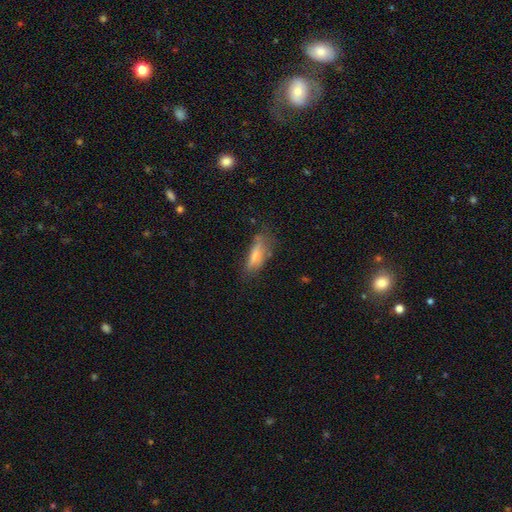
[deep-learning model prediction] A smooth galaxy with no disk features (65%) that is in between round and cigar-shaped (59%).

Vote fractions:
- Smooth or featured? smooth: 65% / featured or disk: 27% / star or artifact: 9%
- How rounded? in between: 59% / cigar-shaped: 38% / round: 3%
- Merging? none: 54% / minor disturbance: 29% / major disturbance: 13% / merger: 3%